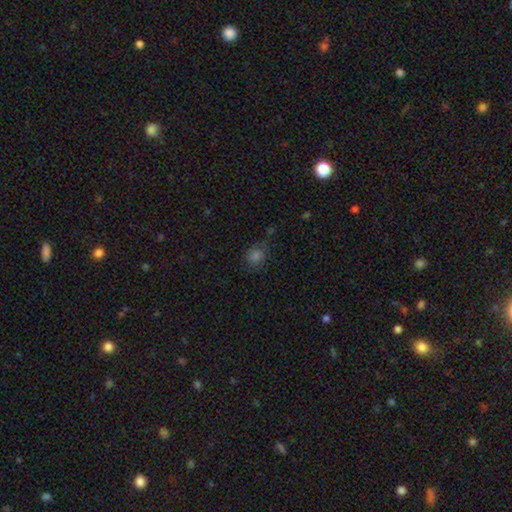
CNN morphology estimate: Smooth or featured? smooth (62%)
How rounded? round (63%)
Merging? none (69%)